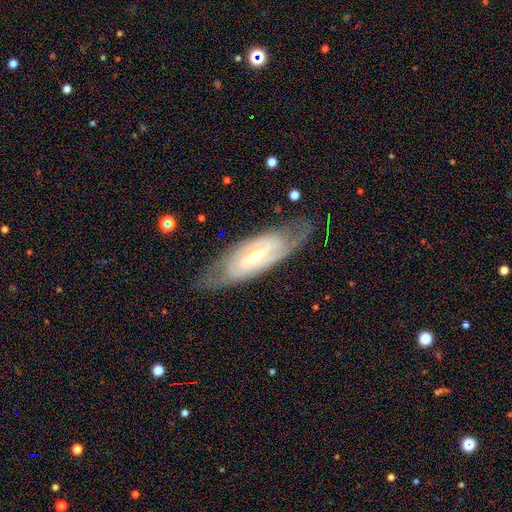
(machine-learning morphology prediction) smooth_or_featured: featured or disk (p=0.85) [alt: smooth p=0.10]
disk_edge_on: no (p=0.86) [alt: yes p=0.14]
bar: weak (p=0.41) [alt: strong p=0.33]
has_spiral_arms: yes (p=0.90) [alt: no p=0.10]
spiral_winding: tight (p=0.56) [alt: medium p=0.34]
spiral_arm_count: 2 (p=0.62) [alt: can't tell p=0.25]
bulge_size: moderate (p=0.57) [alt: small p=0.38]
merging: none (p=0.74) [alt: minor disturbance p=0.18]